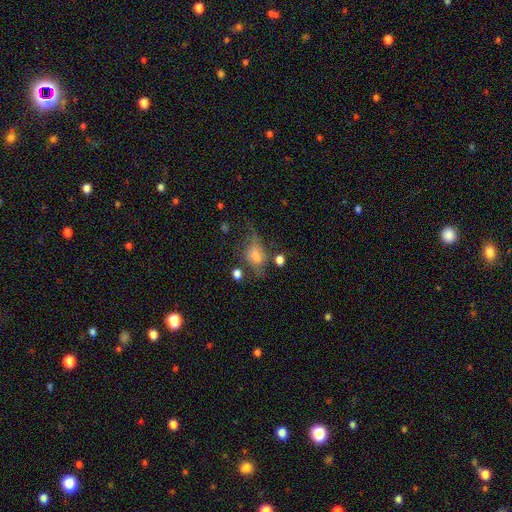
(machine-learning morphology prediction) Smooth or featured?
  - smooth: 50% *
  - featured or disk: 34%
  - star or artifact: 16%
How rounded?
  - in between: 71% *
  - round: 24%
  - cigar-shaped: 5%
Merging?
  - none: 39% *
  - major disturbance: 29%
  - minor disturbance: 25%
  - merger: 8%